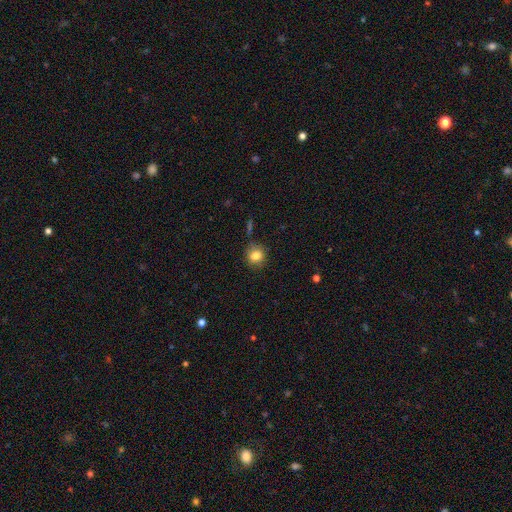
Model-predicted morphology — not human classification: smooth_or_featured: smooth (p=0.83) [alt: star or artifact p=0.10]
how_rounded: round (p=0.82) [alt: in between p=0.17]
merging: none (p=0.78) [alt: minor disturbance p=0.15]